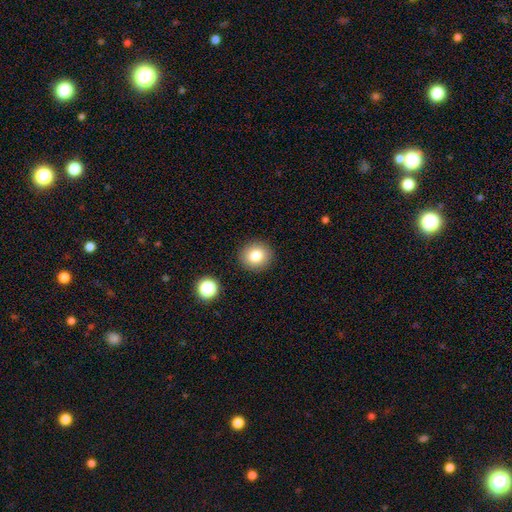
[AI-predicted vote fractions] This is clearly a smooth galaxy (81%). How rounded: clearly round (85%). Merging: clearly none (90%).